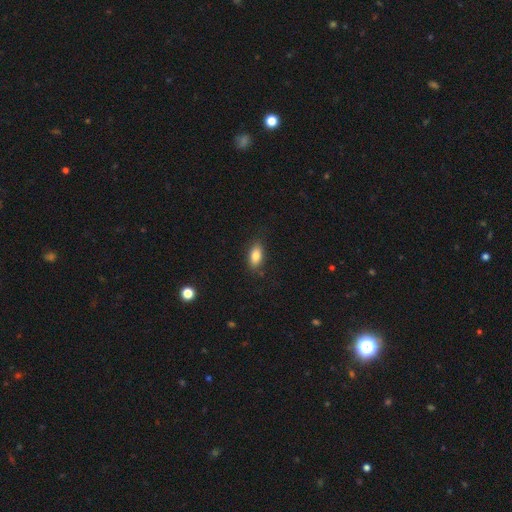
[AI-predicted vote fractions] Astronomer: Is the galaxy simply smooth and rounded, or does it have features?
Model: smooth — 82%.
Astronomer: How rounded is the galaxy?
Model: in between — 87%.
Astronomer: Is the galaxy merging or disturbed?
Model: none — 84%.